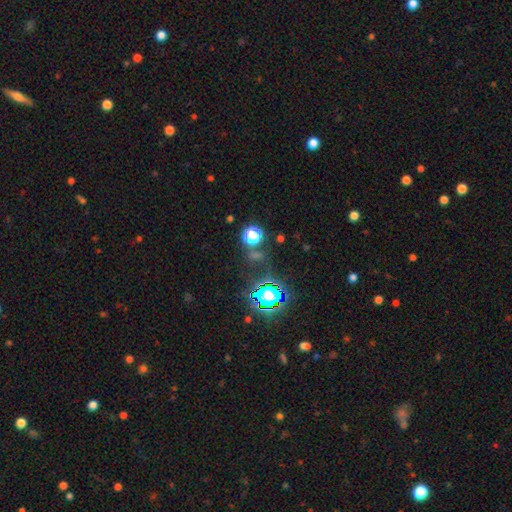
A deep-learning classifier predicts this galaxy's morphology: Smooth or featured? star or artifact (67%)